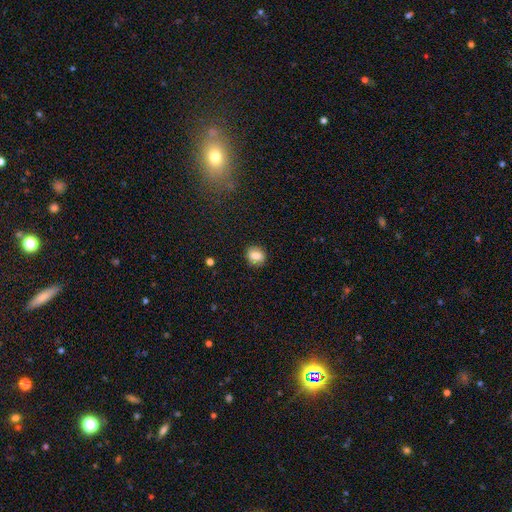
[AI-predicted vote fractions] A smooth galaxy with no disk features (77%) that is round (61%).

Vote fractions:
- Smooth or featured? smooth: 77% / featured or disk: 14% / star or artifact: 10%
- How rounded? round: 61% / in between: 38% / cigar-shaped: 1%
- Merging? none: 86% / minor disturbance: 10% / major disturbance: 3% / merger: 1%